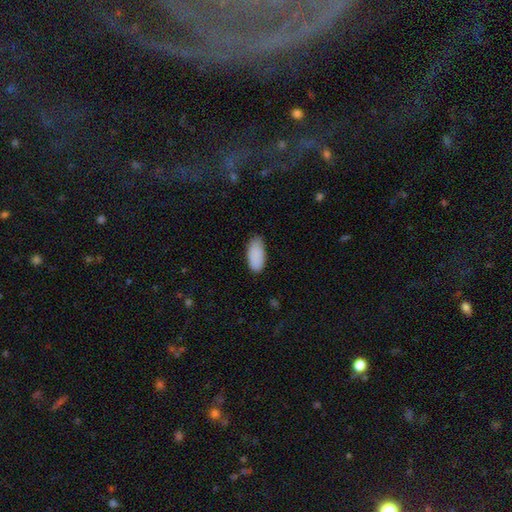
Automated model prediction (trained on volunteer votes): smooth_or_featured: smooth (p=0.89) [alt: star or artifact p=0.06]
how_rounded: in between (p=0.93) [alt: cigar-shaped p=0.05]
merging: none (p=0.78) [alt: minor disturbance p=0.18]